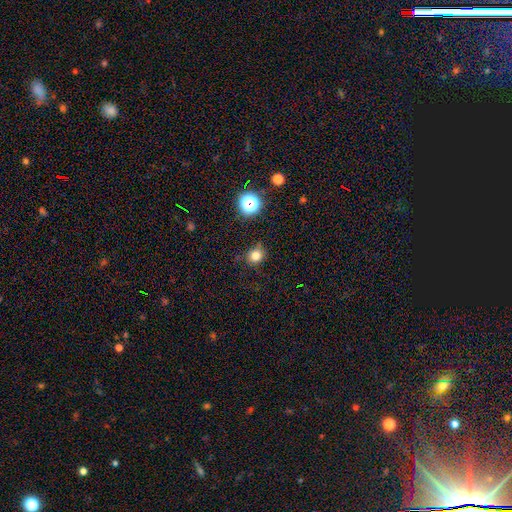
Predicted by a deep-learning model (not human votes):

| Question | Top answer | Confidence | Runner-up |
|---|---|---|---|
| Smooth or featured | smooth | 78% | star or artifact (16%) |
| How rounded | round | 78% | in between (21%) |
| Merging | none | 76% | minor disturbance (17%) |